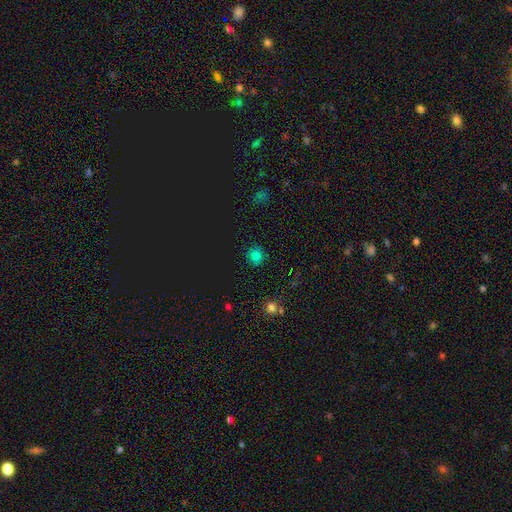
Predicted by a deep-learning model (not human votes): A smooth galaxy with no disk features (72%) that is round (87%). Merging: none (87%).